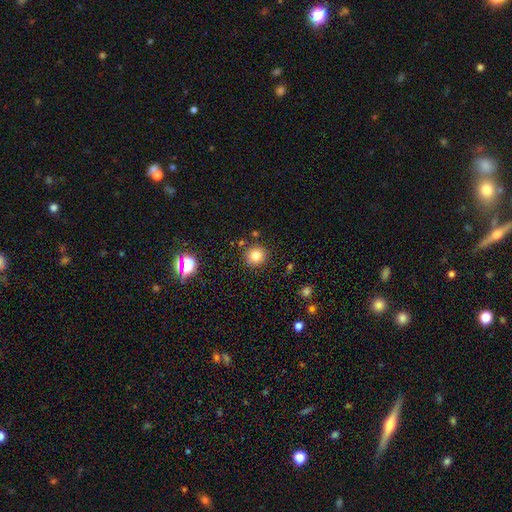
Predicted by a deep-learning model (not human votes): smooth 76%, star or artifact 15%, featured or disk 9%. Down the decision tree: how rounded — round (92%); merging — none (86%).